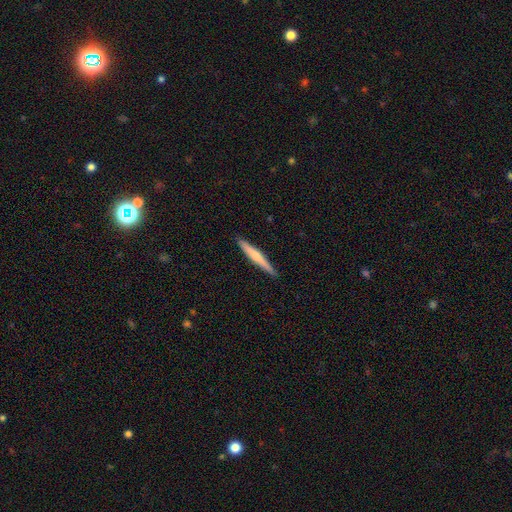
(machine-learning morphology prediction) This appears to be a smooth galaxy with no disk features (48%). Merging: none (90%).